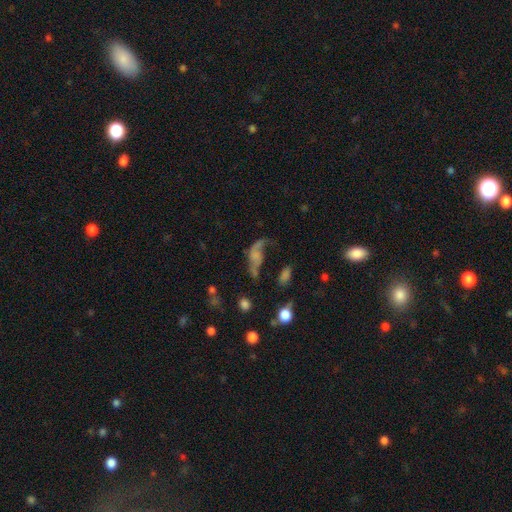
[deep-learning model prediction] This is possibly a featured or disk galaxy (45%). Merging: marginally major disturbance (43%).